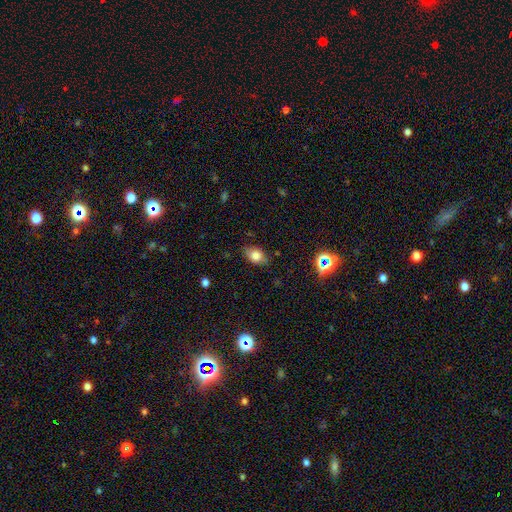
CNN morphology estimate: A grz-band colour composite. It shows a smooth galaxy with no disk features (79%) that is in between round and cigar-shaped (82%). Merging: none (81%).